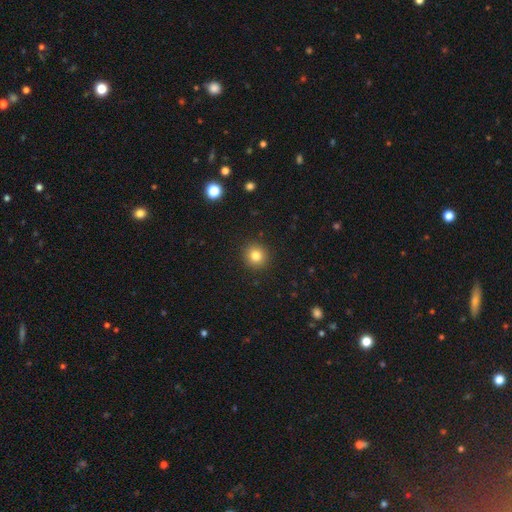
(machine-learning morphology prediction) Overall: smooth (82%). How rounded: round (90%). Merging: none (92%).